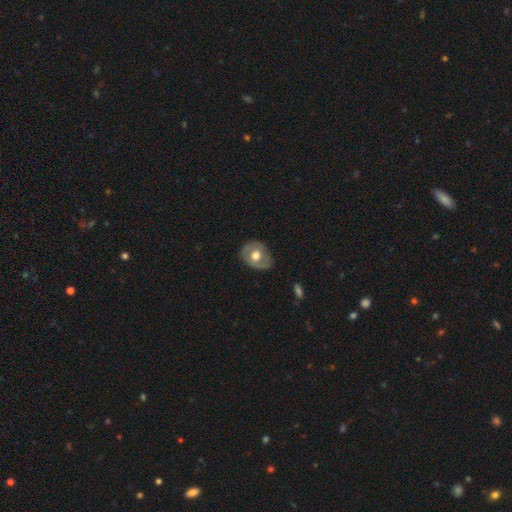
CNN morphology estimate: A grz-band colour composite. It shows a featured or disk galaxy (53%). Merging: none (77%).